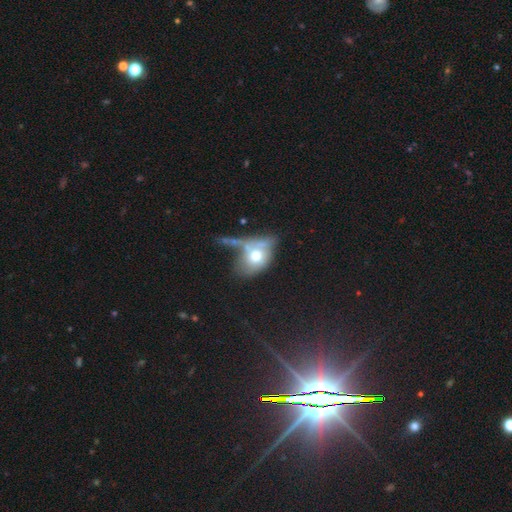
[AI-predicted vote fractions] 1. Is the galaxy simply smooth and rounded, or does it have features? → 60% smooth, 31% featured or disk, 9% star or artifact.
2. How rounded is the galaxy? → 69% in between, 28% round, 2% cigar-shaped.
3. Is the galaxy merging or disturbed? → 31% major disturbance, 26% merger, 23% none, 20% minor disturbance.